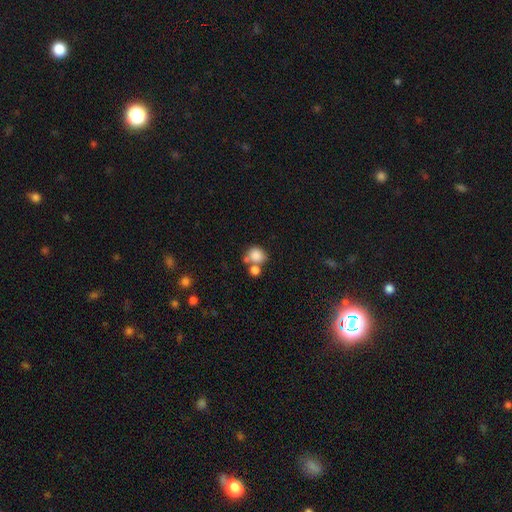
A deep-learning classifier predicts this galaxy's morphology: A smooth galaxy with no disk features (82%) that is round (71%). Merging: none (45%).